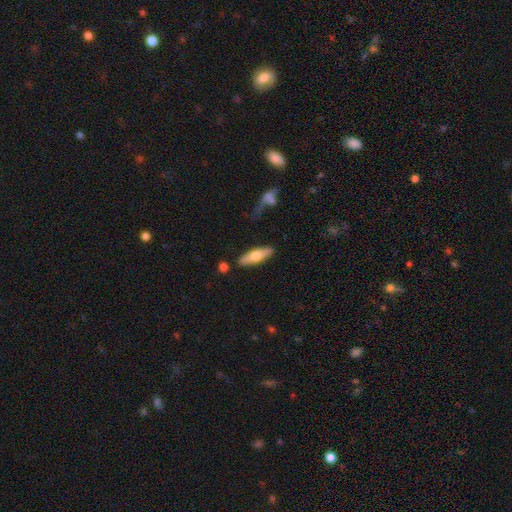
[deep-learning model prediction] Smooth or featured? smooth (58%)
How rounded? cigar-shaped (56%)
Merging? none (85%)